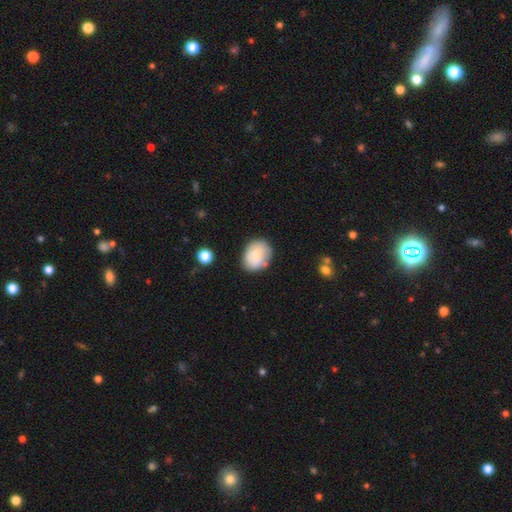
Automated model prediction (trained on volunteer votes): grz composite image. It shows a smooth galaxy with no disk features (72%) that is in between round and cigar-shaped (58%). Merging: none (74%).